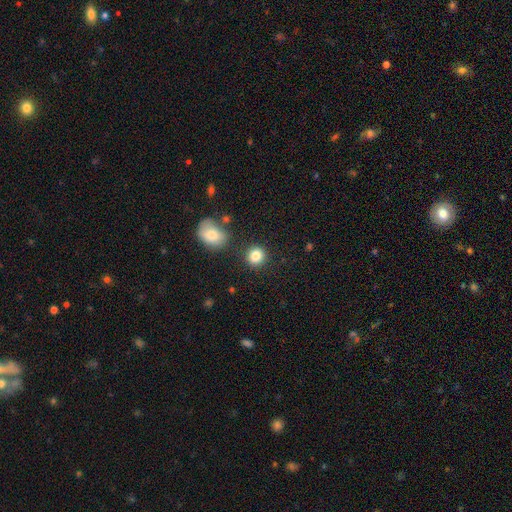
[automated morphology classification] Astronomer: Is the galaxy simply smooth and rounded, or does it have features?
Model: smooth — 85%.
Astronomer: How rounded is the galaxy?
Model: round — 85%.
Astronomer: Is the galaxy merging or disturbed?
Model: none — 84%.